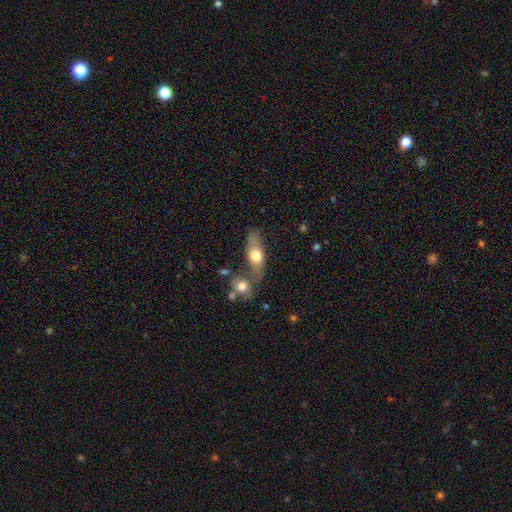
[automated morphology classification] A smooth galaxy with no disk features (65%) that is in between round and cigar-shaped (70%).

Vote fractions:
- Smooth or featured? smooth: 65% / featured or disk: 28% / star or artifact: 7%
- How rounded? in between: 70% / cigar-shaped: 20% / round: 10%
- Merging? none: 46% / merger: 31% / minor disturbance: 16% / major disturbance: 7%